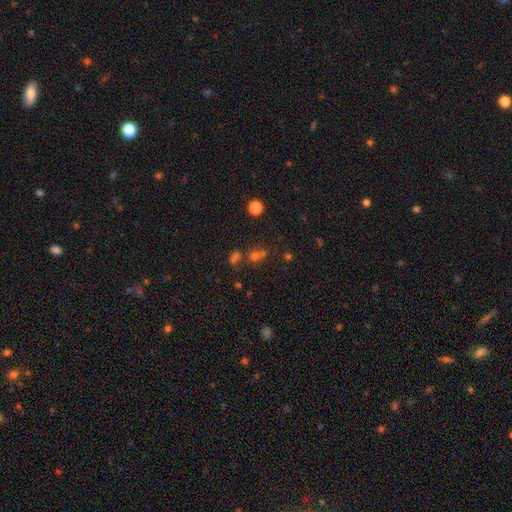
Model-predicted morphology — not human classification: Overall: smooth (46%; star or artifact 42%). Merging: none (52%; merger 33%).